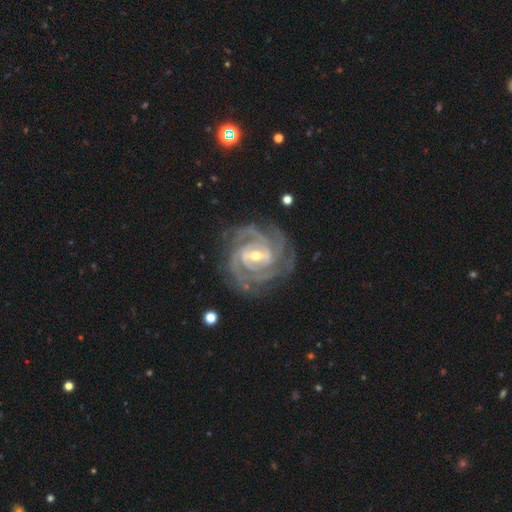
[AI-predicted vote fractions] A featured or disk galaxy (93%) with a weak bar (46%), 3 (35%) tight (72%) spiral arms (98%) and a moderate central bulge (53%).

Vote fractions:
- Smooth or featured? featured or disk: 93% / star or artifact: 4% / smooth: 3%
- Edge-on disk? no: 98% / yes: 2%
- Bar? weak: 46% / strong: 40% / no: 14%
- Spiral arms? yes: 98% / no: 2%
- Spiral winding? tight: 72% / medium: 25% / loose: 3%
- Spiral arm count? 3: 35% / 4: 22% / 2: 17% / can't tell: 13% / more than 4: 6% / 1: 6%
- Bulge size? moderate: 53% / small: 43% / large: 2% / none: 1% / dominant: 1%
- Merging? none: 78% / minor disturbance: 15% / major disturbance: 6% / merger: 1%